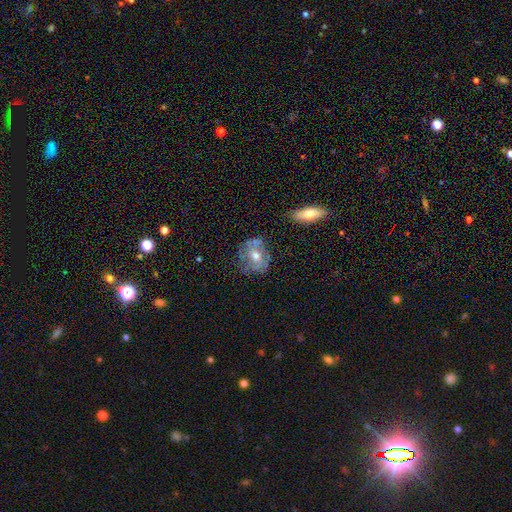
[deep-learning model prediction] Smooth or featured? Predicted: featured or disk (p=0.54). Edge-on disk? Predicted: no (p=0.93). Bar? Predicted: no (p=0.70). Spiral arms? Predicted: no (p=0.54). Bulge size? Predicted: moderate (p=0.70). Merging? Predicted: none (p=0.54).